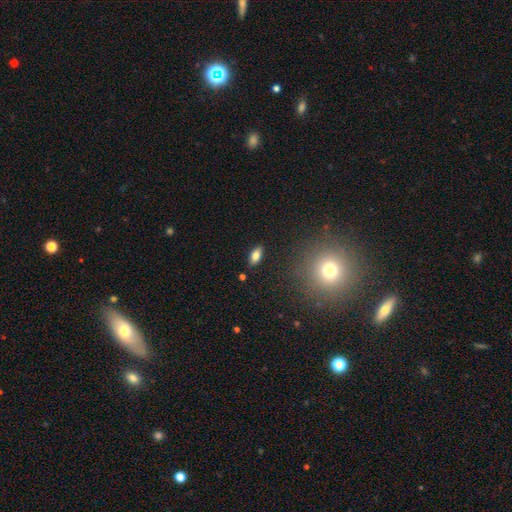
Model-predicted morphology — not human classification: A smooth galaxy with no disk features (78%) that is in between round and cigar-shaped (86%).

Vote fractions:
- Smooth or featured? smooth: 78% / featured or disk: 13% / star or artifact: 9%
- How rounded? in between: 86% / cigar-shaped: 10% / round: 3%
- Merging? none: 88% / minor disturbance: 9% / major disturbance: 2% / merger: 2%